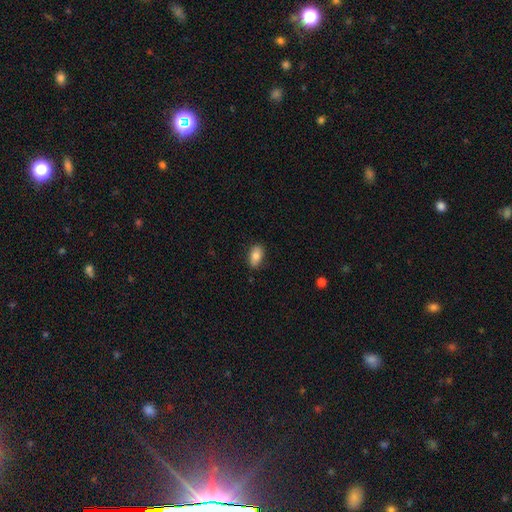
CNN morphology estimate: Q: Smooth or featured?
A: smooth (83%); runner-up: featured or disk (10%)
Q: How rounded?
A: in between (91%); runner-up: round (6%)
Q: Merging?
A: none (84%); runner-up: minor disturbance (13%)